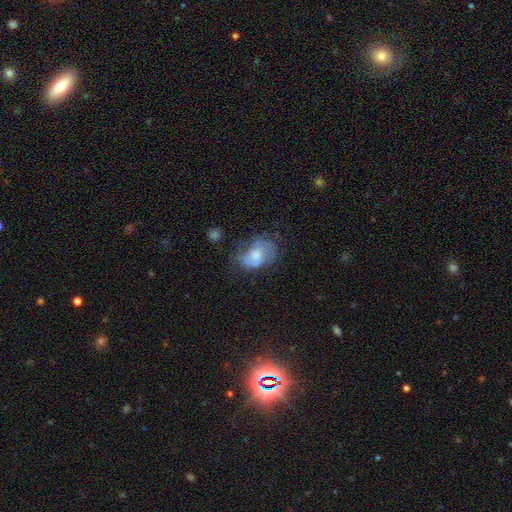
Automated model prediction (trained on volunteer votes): A featured or disk galaxy (46%).

Vote fractions:
- Smooth or featured? featured or disk: 46% / smooth: 45% / star or artifact: 9%
- Merging? none: 40% / minor disturbance: 30% / major disturbance: 26% / merger: 4%